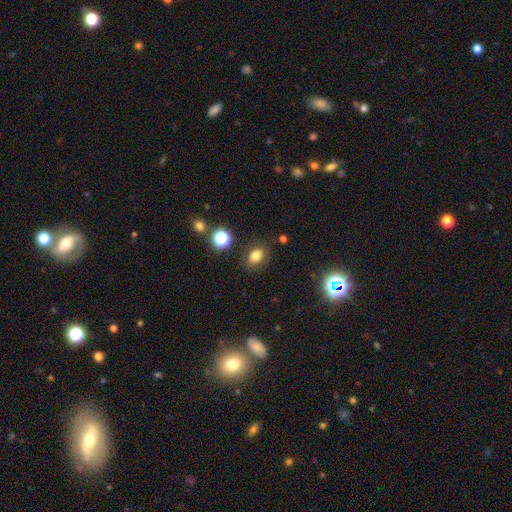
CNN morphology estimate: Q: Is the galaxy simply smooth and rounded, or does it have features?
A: smooth — 77%.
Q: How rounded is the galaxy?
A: in between — 70%.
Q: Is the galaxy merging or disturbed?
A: none — 83%.